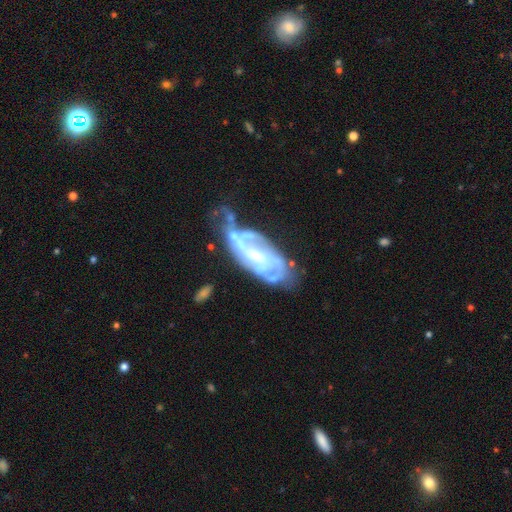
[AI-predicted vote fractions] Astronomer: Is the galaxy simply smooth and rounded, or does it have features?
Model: featured or disk — 86%.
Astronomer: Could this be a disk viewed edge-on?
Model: no — 95%.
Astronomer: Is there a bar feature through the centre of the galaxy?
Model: weak — 45% (runner-up: no, 35%).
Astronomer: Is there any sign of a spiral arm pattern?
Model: yes — 93%.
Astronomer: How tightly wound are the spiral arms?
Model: medium — 44% (runner-up: tight, 39%).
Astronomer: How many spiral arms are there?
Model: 2 — 41% (runner-up: can't tell, 26%).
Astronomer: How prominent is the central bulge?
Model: moderate — 56% (runner-up: small, 33%).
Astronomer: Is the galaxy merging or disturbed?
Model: none — 40% (runner-up: minor disturbance, 28%).